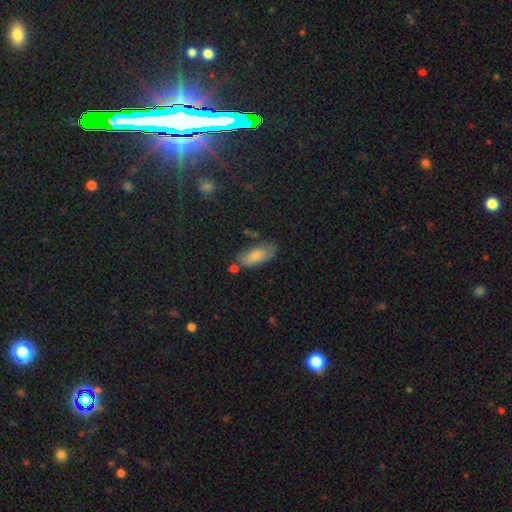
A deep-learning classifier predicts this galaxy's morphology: Smooth or featured?
  - smooth: 81% *
  - featured or disk: 12%
  - star or artifact: 7%
How rounded?
  - in between: 84% *
  - cigar-shaped: 14%
  - round: 2%
Merging?
  - none: 65% *
  - minor disturbance: 22%
  - merger: 7%
  - major disturbance: 6%